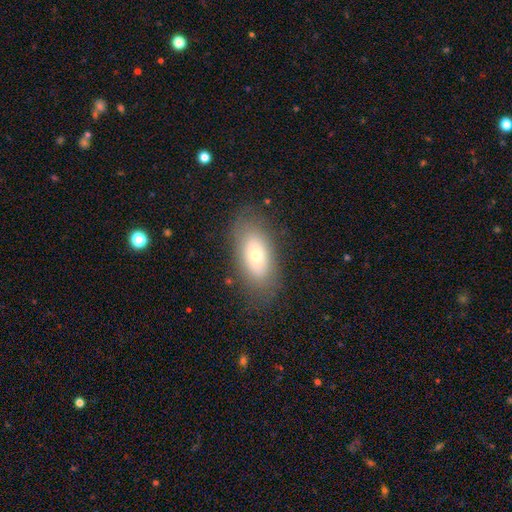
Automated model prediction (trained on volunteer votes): The model was most divided on "smooth or featured": smooth: 60%, featured or disk: 29%, star or artifact: 11%. More confident: how rounded — in between (87%); merging — none (80%).